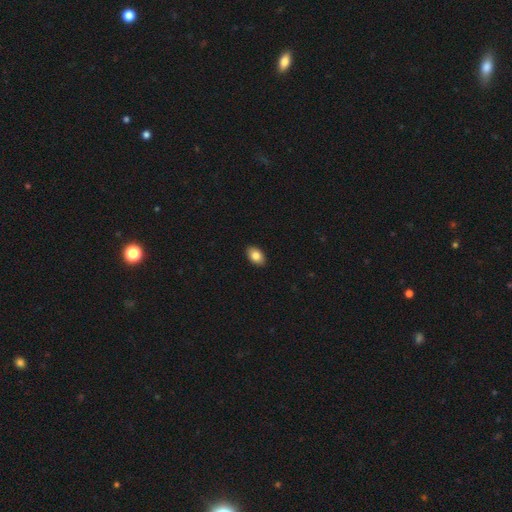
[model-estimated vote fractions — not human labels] A smooth galaxy with no disk features (84%) that is in between round and cigar-shaped (90%). Merging: none (90%).